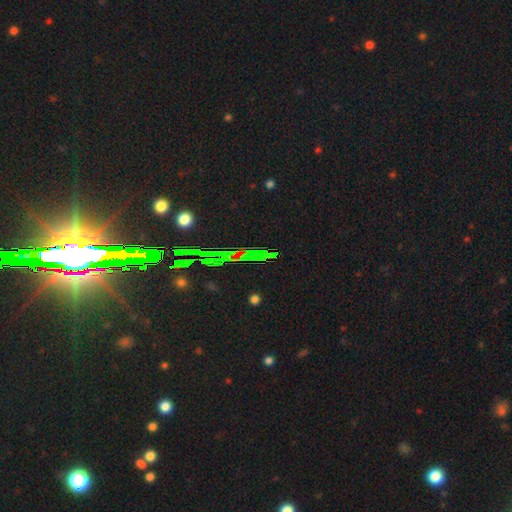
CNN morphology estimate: type=star or artifact (73%).